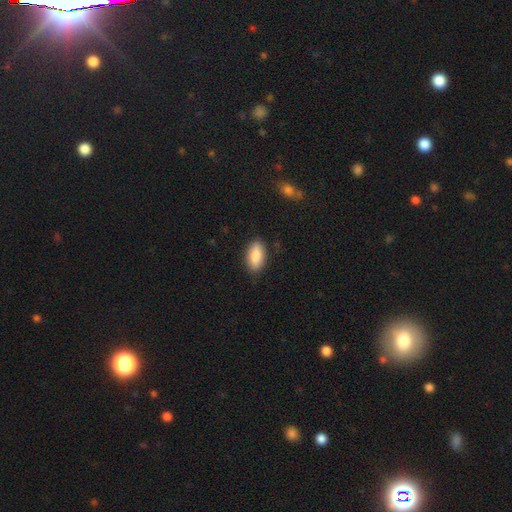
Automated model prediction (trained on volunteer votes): Smooth or featured: smooth — 87% (featured or disk — 7%)
How rounded: in between — 91% (cigar-shaped — 6%)
Merging: none — 85% (minor disturbance — 11%)